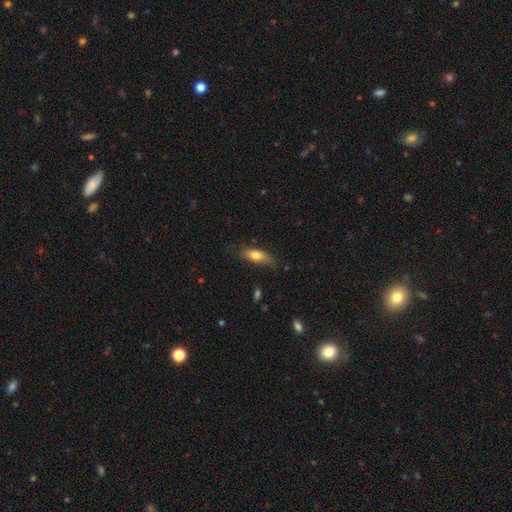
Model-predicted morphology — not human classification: A smooth galaxy with no disk features (71%) that is in between round and cigar-shaped (64%).

Vote fractions:
- Smooth or featured? smooth: 71% / featured or disk: 22% / star or artifact: 7%
- How rounded? in between: 64% / cigar-shaped: 33% / round: 3%
- Merging? none: 75% / minor disturbance: 20% / major disturbance: 4% / merger: 2%